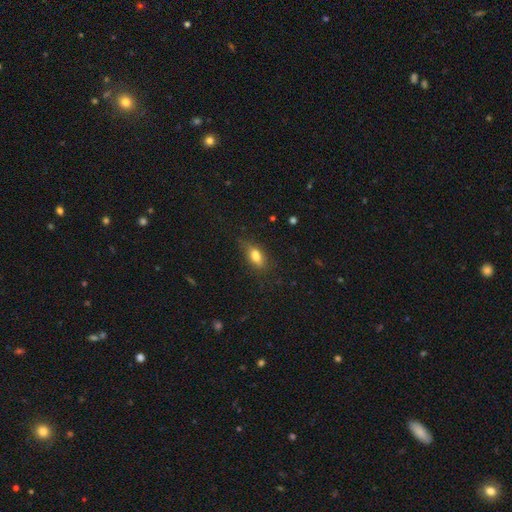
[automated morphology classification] Smooth or featured?
  - smooth: 76% *
  - featured or disk: 14%
  - star or artifact: 10%
How rounded?
  - in between: 80% *
  - cigar-shaped: 13%
  - round: 7%
Merging?
  - none: 64% *
  - minor disturbance: 24%
  - major disturbance: 8%
  - merger: 3%